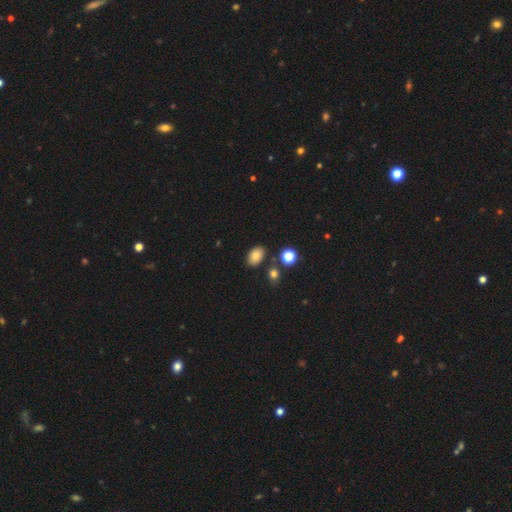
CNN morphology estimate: smooth_or_featured: smooth (p=0.83) [alt: star or artifact p=0.11]
how_rounded: in between (p=0.85) [alt: round p=0.14]
merging: none (p=0.81) [alt: minor disturbance p=0.11]